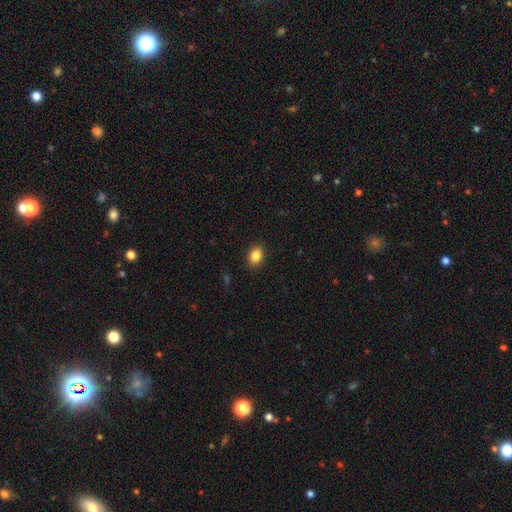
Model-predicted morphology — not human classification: A smooth galaxy with no disk features (86%) that is in between round and cigar-shaped (74%).

Vote fractions:
- Smooth or featured? smooth: 86% / star or artifact: 9% / featured or disk: 5%
- How rounded? in between: 74% / round: 25% / cigar-shaped: 1%
- Merging? none: 89% / minor disturbance: 8% / major disturbance: 2% / merger: 1%